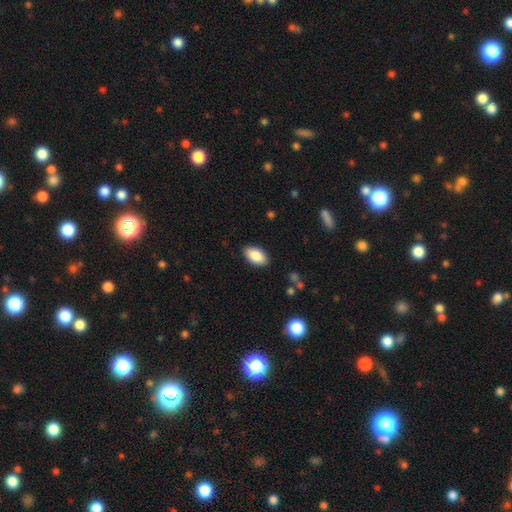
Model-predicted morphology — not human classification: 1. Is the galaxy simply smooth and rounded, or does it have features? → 87% smooth, 7% star or artifact, 6% featured or disk.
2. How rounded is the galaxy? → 94% in between, 4% round, 2% cigar-shaped.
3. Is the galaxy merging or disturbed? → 88% none, 9% minor disturbance, 2% major disturbance, 1% merger.